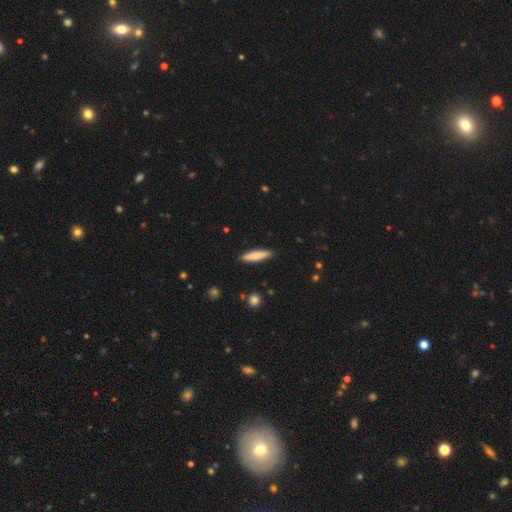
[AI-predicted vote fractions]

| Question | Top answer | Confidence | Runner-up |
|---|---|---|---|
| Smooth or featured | smooth | 77% | featured or disk (18%) |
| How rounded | cigar-shaped | 85% | in between (14%) |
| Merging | none | 89% | minor disturbance (8%) |